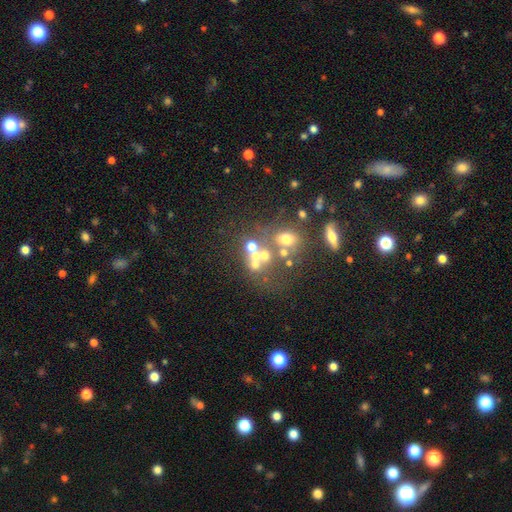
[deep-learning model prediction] Morphology: type=smooth (44%); merging=merger (44%).